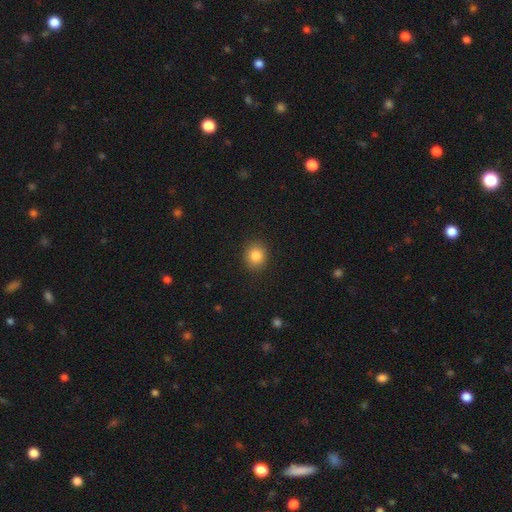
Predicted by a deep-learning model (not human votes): Smooth or featured? Predicted: smooth (p=0.85). How rounded? Predicted: round (p=0.76). Merging? Predicted: none (p=0.89).